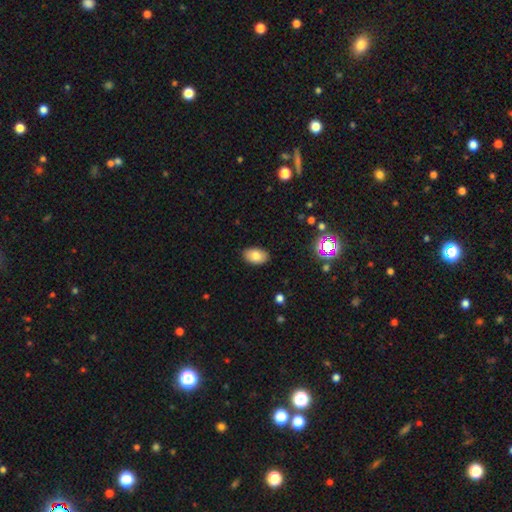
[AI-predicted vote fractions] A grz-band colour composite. It shows a smooth galaxy with no disk features (80%) that is in between round and cigar-shaped (90%). Merging: none (88%).